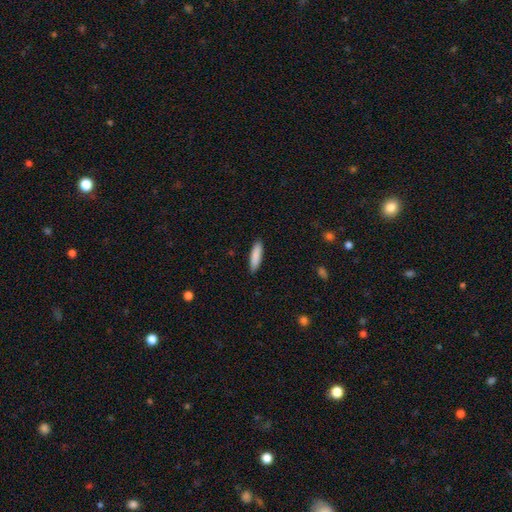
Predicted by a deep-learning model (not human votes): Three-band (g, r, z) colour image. It shows a smooth galaxy with no disk features (88%) that is cigar-shaped (72%). Merging: none (89%).